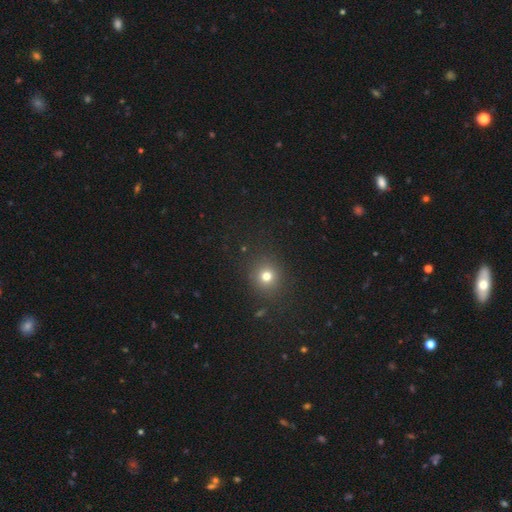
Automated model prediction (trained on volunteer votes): Morphology: type=smooth (63%); roundness=round (87%); merging=none (90%).